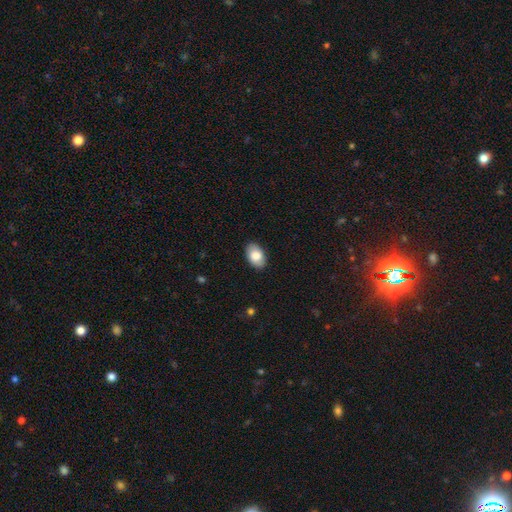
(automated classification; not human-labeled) A smooth galaxy with no disk features (80%) that is in between round and cigar-shaped (92%). Merging: none (87%).